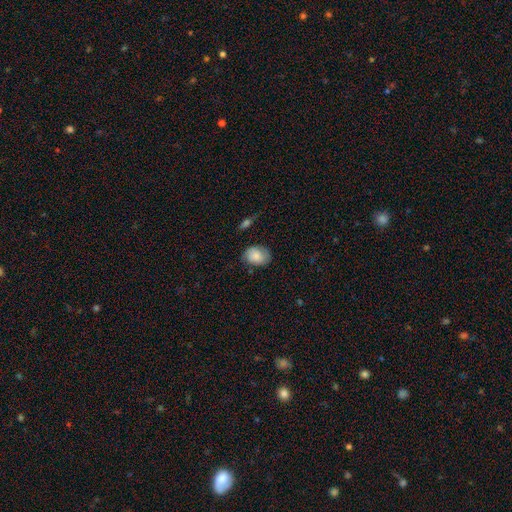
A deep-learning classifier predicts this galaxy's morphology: This appears to be a smooth galaxy with no disk features (76%) that is in between round and cigar-shaped (67%). Merging: none (68%).